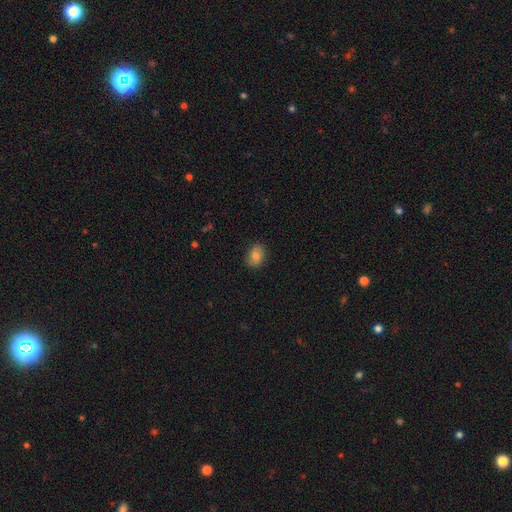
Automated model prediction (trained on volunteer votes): This appears to be a smooth galaxy with no disk features (79%) that is in between round and cigar-shaped (70%). Merging: none (84%).